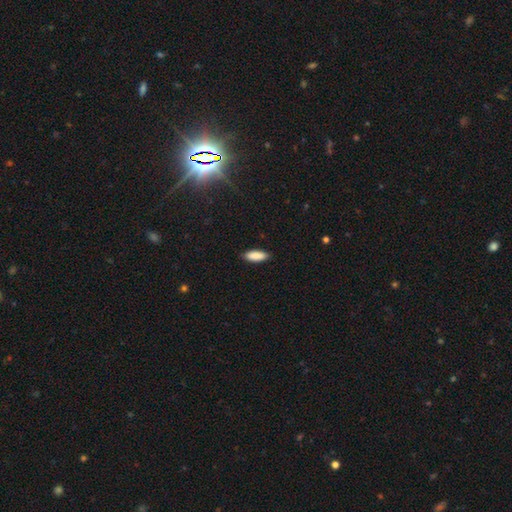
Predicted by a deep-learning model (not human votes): Morphology: type=smooth (89%); roundness=in between (69%); merging=none (88%).